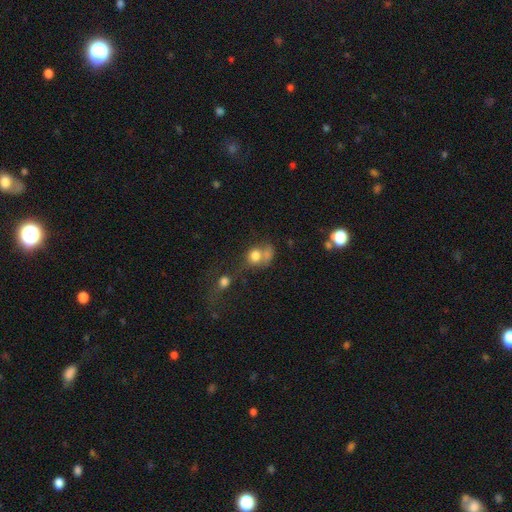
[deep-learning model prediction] Smooth or featured: smooth — 72% (featured or disk — 14%)
How rounded: round — 64% (in between — 34%)
Merging: merger — 47% (none — 29%)